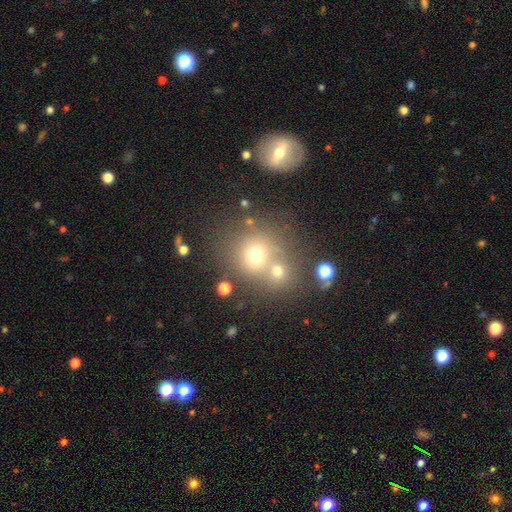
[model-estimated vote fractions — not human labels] The model was most divided on "merging": none: 47%, merger: 39%, minor disturbance: 9%, major disturbance: 5%. More confident: how rounded — round (82%); smooth or featured — smooth (66%).